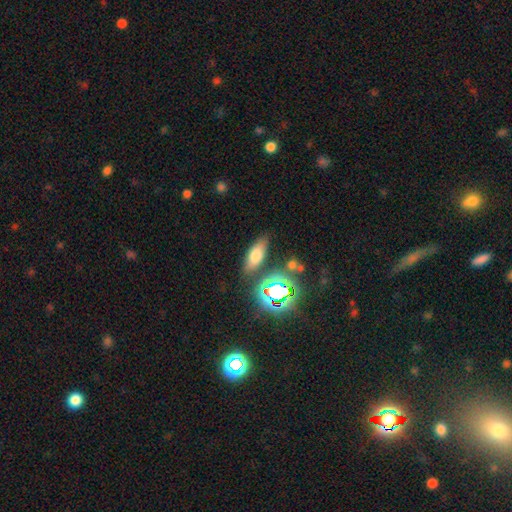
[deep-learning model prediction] Smooth or featured? smooth (62%)
How rounded? in between (72%)
Merging? none (79%)